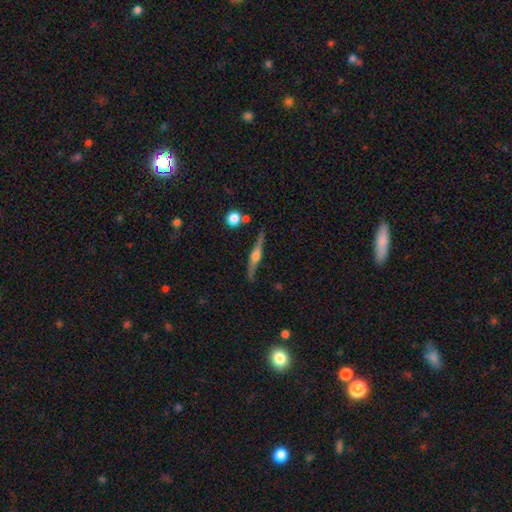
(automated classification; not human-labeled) Overall: featured or disk (74%). Edge-on disk: yes (96%). Edge-on bulge: rounded (87%). Merging: none (79%).